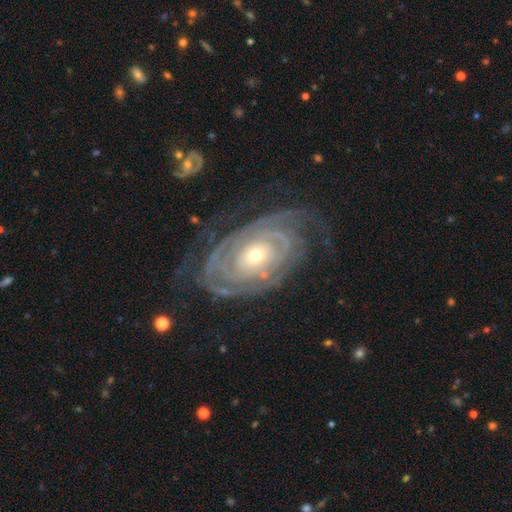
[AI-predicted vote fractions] A featured or disk galaxy (89%) with no bar (79%), tight (83%) spiral arms (94%) and a small central bulge (56%). Merging: none (71%).